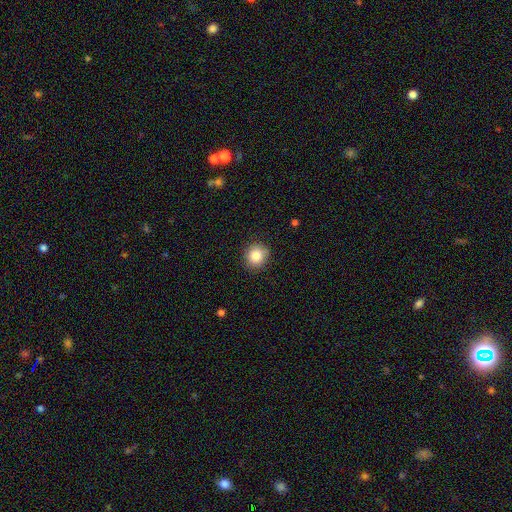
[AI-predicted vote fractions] Q: Smooth or featured?
A: smooth (85%); runner-up: star or artifact (9%)
Q: How rounded?
A: round (88%); runner-up: in between (11%)
Q: Merging?
A: none (89%); runner-up: minor disturbance (8%)